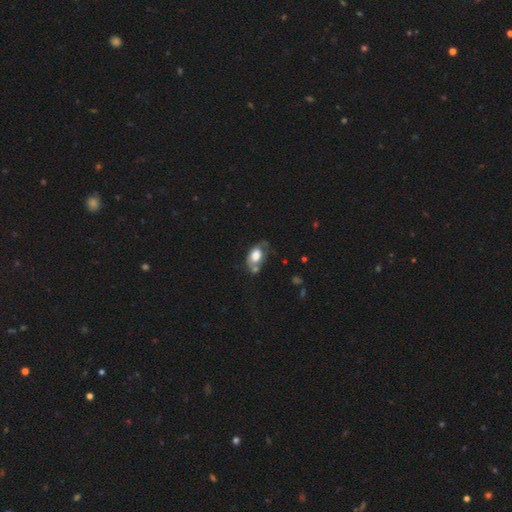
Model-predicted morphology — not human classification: This appears to be a smooth galaxy with no disk features (63%) that is in between round and cigar-shaped (87%). Merging: none (34%).